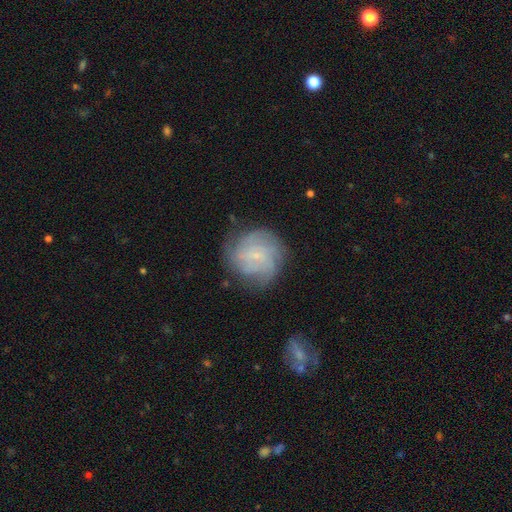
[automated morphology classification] Smooth or featured? featured or disk (67%)
Edge-on disk? no (98%)
Bar? no (58%)
Spiral arms? yes (90%)
Spiral winding? tight (57%)
Spiral arm count? can't tell (40%)
Bulge size? small (76%)
Merging? none (74%)